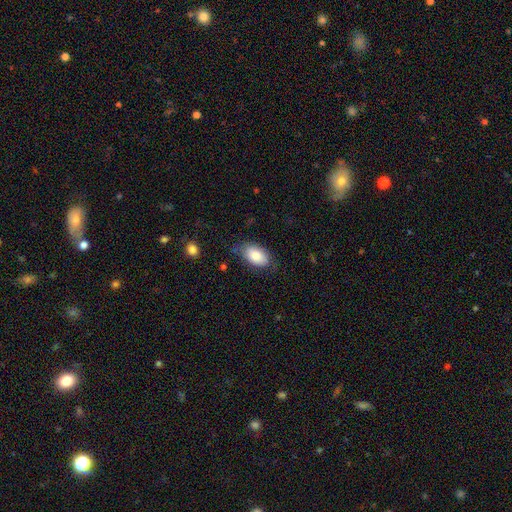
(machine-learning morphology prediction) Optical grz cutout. It shows a smooth galaxy with no disk features (81%) that is in between round and cigar-shaped (93%). Merging: none (71%).